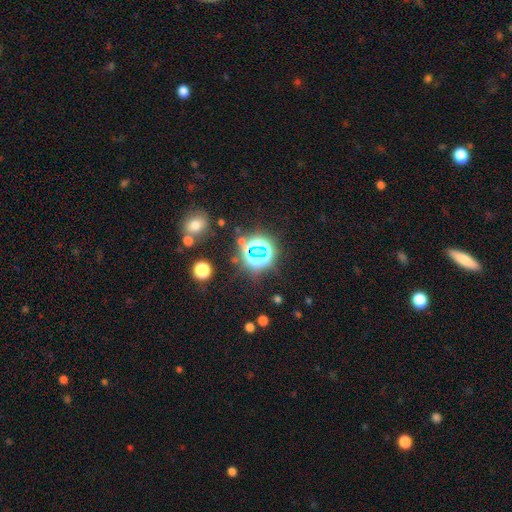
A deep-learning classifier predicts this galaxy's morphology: Q: Smooth or featured?
A: star or artifact (75%); runner-up: smooth (16%)